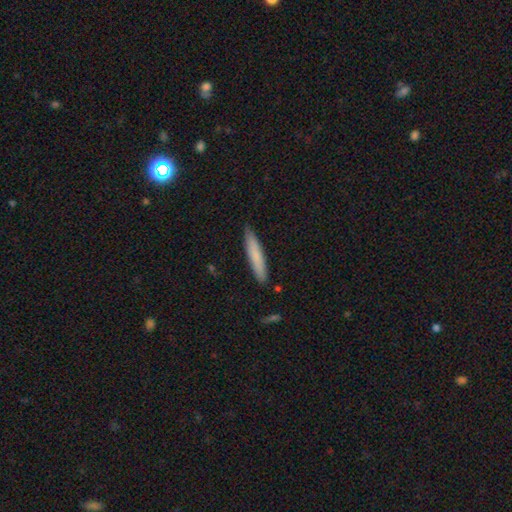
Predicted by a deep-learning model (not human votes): Q: Smooth or featured?
A: smooth (77%); runner-up: featured or disk (18%)
Q: How rounded?
A: cigar-shaped (92%); runner-up: in between (7%)
Q: Merging?
A: none (87%); runner-up: minor disturbance (10%)